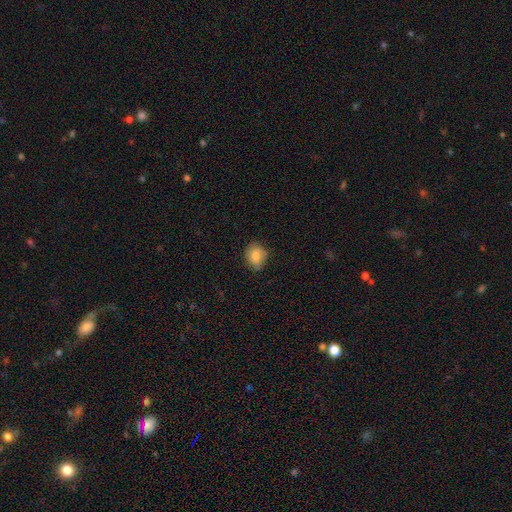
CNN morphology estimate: Smooth or featured?
  - smooth: 82% *
  - featured or disk: 10%
  - star or artifact: 9%
How rounded?
  - round: 54% *
  - in between: 45%
  - cigar-shaped: 1%
Merging?
  - none: 73% *
  - minor disturbance: 23%
  - major disturbance: 4%
  - merger: 1%